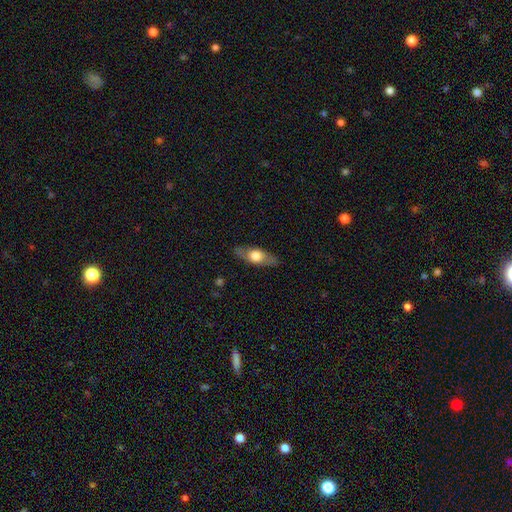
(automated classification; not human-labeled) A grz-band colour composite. It shows a smooth galaxy with no disk features (51%) that is in between round and cigar-shaped (58%). Merging: none (83%).